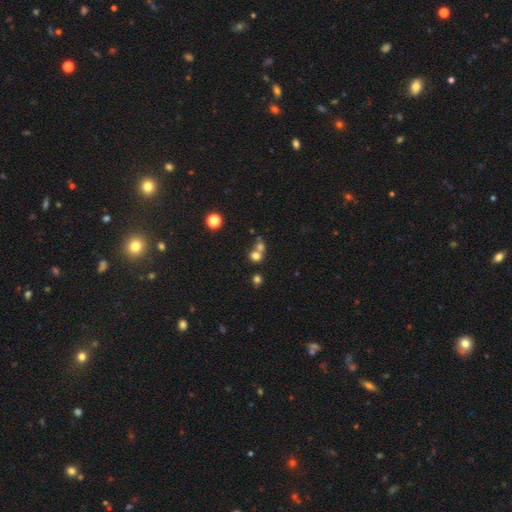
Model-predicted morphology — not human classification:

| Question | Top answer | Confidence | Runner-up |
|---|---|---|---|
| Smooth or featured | smooth | 70% | star or artifact (18%) |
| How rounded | round | 83% | in between (16%) |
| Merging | merger | 48% | none (43%) |